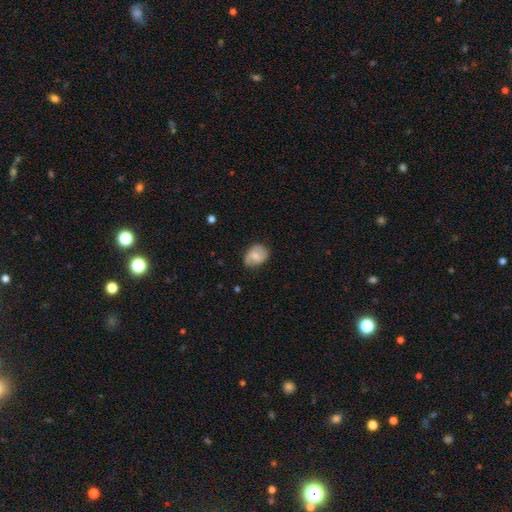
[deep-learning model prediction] Q: Smooth or featured?
A: smooth (55%); runner-up: featured or disk (38%)
Q: How rounded?
A: in between (66%); runner-up: round (33%)
Q: Merging?
A: none (69%); runner-up: minor disturbance (25%)